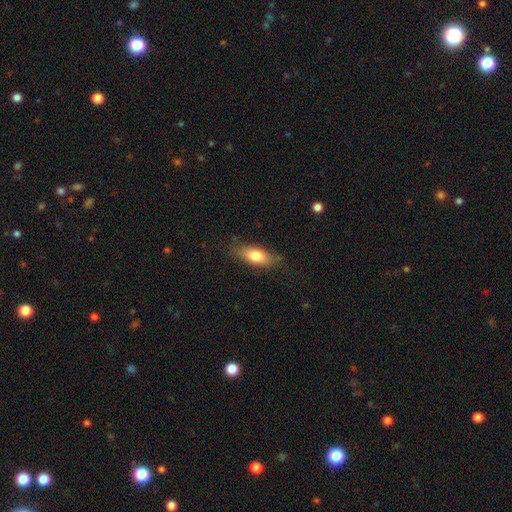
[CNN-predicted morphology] Smooth or featured? smooth (74%)
How rounded? in between (72%)
Merging? none (76%)